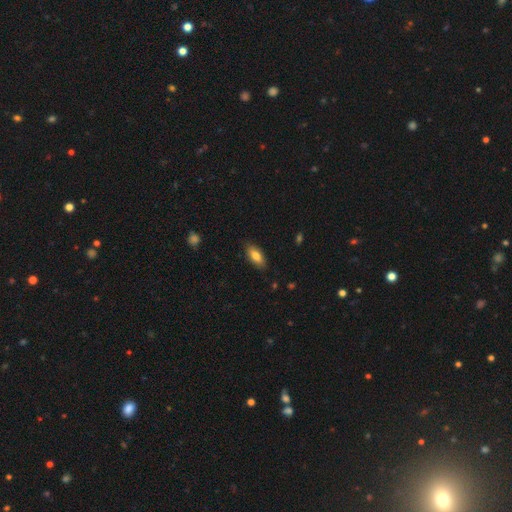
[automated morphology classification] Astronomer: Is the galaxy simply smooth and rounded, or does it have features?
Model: smooth — 80%.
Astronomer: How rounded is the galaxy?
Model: in between — 82%.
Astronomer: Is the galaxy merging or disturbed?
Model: none — 86%.